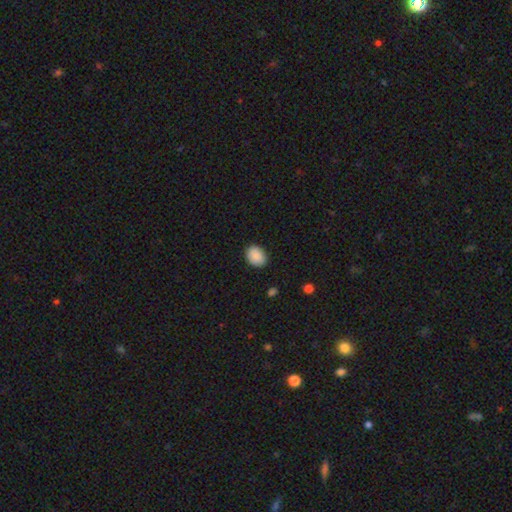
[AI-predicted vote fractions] Smooth or featured? smooth (89%)
How rounded? in between (63%)
Merging? none (85%)